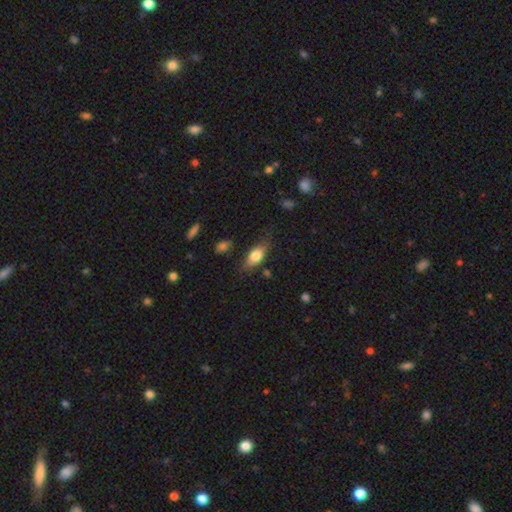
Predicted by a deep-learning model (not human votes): Smooth or featured: smooth — 77% (featured or disk — 16%)
How rounded: in between — 82% (cigar-shaped — 14%)
Merging: none — 69% (minor disturbance — 22%)